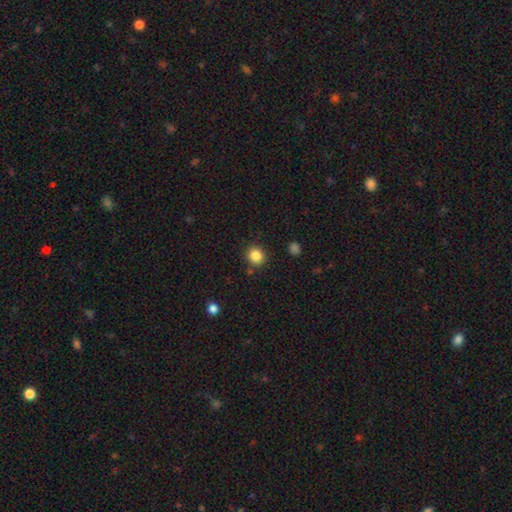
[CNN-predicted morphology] A smooth galaxy with no disk features (85%) that is round (88%). Merging: none (86%).